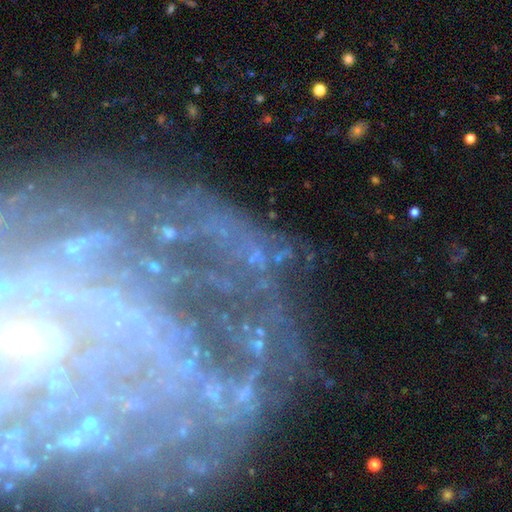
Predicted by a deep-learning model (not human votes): A star or artifact, not a galaxy (47%).